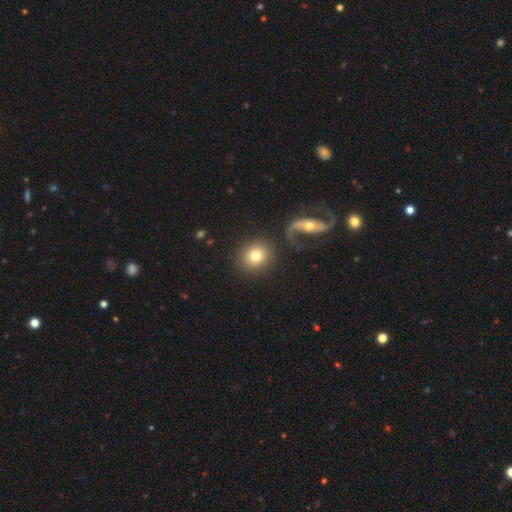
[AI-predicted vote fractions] Morphology: type=smooth (76%); roundness=round (84%); merging=none (81%).